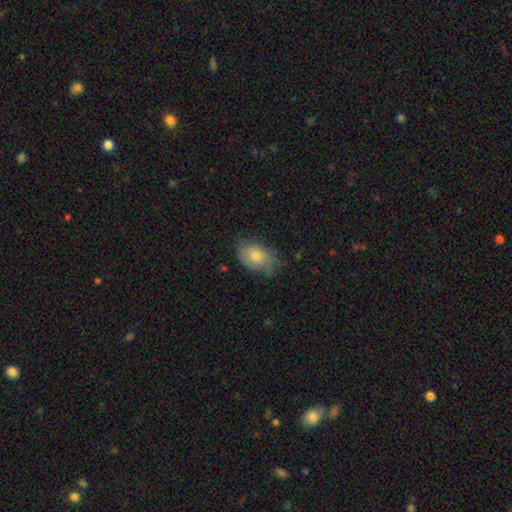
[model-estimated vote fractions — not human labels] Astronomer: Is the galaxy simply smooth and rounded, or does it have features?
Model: smooth — 73%.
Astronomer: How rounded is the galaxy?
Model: in between — 86%.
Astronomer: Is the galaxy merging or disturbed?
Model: none — 60%.